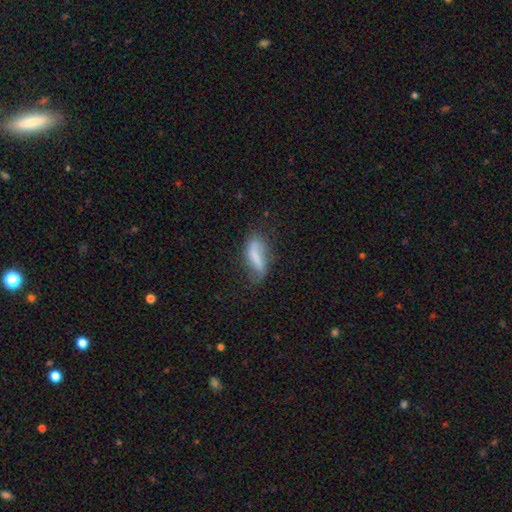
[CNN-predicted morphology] smooth-or-featured: smooth: 55% | featured or disk: 36% | star or artifact: 9%
  how-rounded: in between: 59% | cigar-shaped: 37% | round: 3%
  merging: none: 45% | minor disturbance: 32% | major disturbance: 18% | merger: 5%